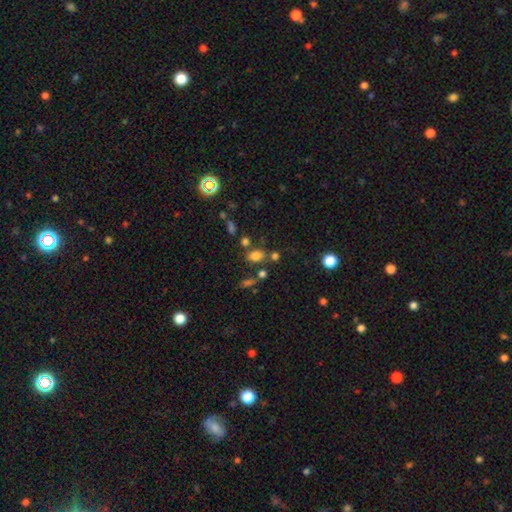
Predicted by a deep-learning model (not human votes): Smooth or featured?
  - smooth: 76% *
  - star or artifact: 17%
  - featured or disk: 8%
How rounded?
  - in between: 77% *
  - round: 21%
  - cigar-shaped: 2%
Merging?
  - none: 65% *
  - merger: 16%
  - minor disturbance: 13%
  - major disturbance: 6%